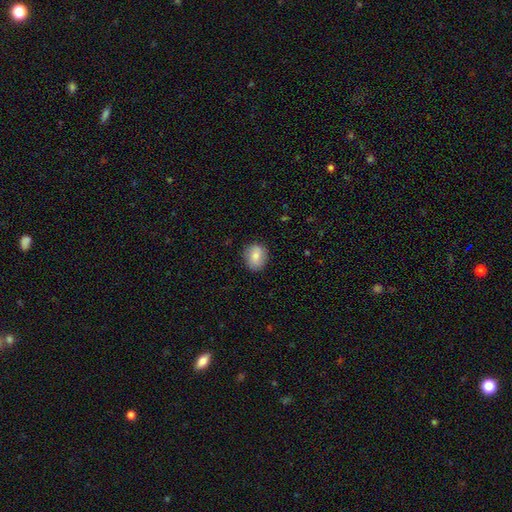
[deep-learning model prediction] The model was most divided on "how rounded": round: 63%, in between: 36%, cigar-shaped: 1%. More confident: merging — none (86%); smooth or featured — smooth (77%).